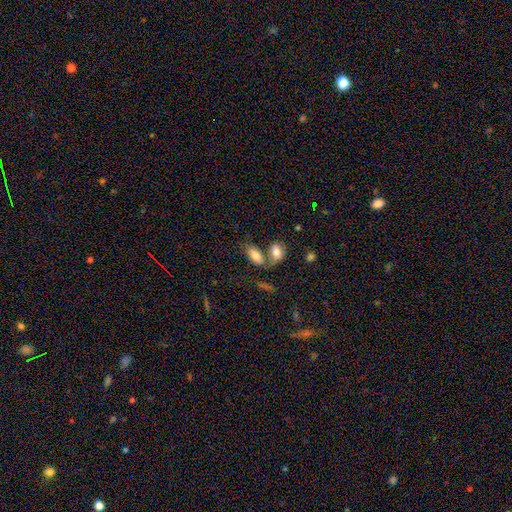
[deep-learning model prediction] This is likely a smooth galaxy (77%). How rounded: clearly in between (89%). Merging: marginally none (41%, tied with merger).